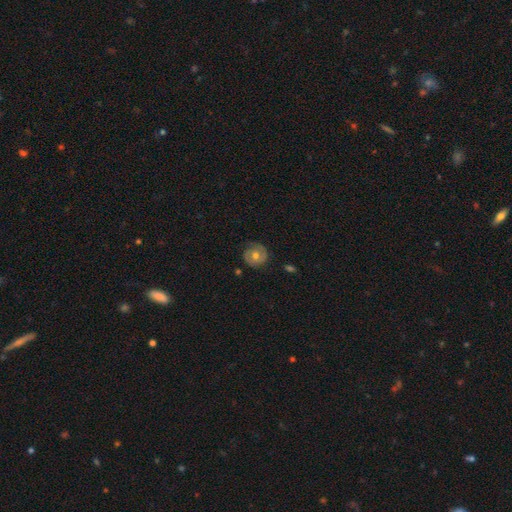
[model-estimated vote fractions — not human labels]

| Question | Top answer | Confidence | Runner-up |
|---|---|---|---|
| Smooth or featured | featured or disk | 66% | smooth (27%) |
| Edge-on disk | no | 97% | yes (3%) |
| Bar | no | 74% | weak (21%) |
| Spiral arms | yes | 83% | no (17%) |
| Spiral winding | tight | 61% | medium (30%) |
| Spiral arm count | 2 | 73% | can't tell (12%) |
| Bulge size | moderate | 76% | small (18%) |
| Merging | none | 81% | minor disturbance (14%) |